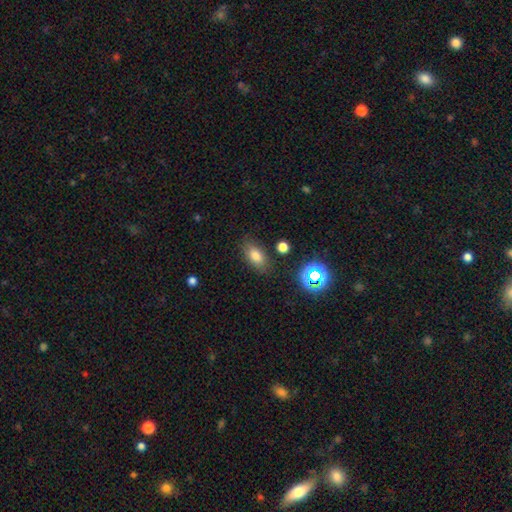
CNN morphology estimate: Overall: smooth (76%). How rounded: in between (85%). Merging: none (81%).